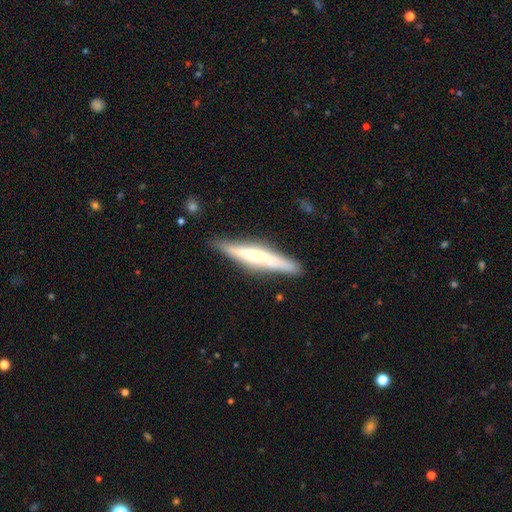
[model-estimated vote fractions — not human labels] The model was most divided on "smooth or featured": featured or disk: 51%, smooth: 43%, star or artifact: 6%. More confident: edge-on disk — yes (92%); merging — none (82%).